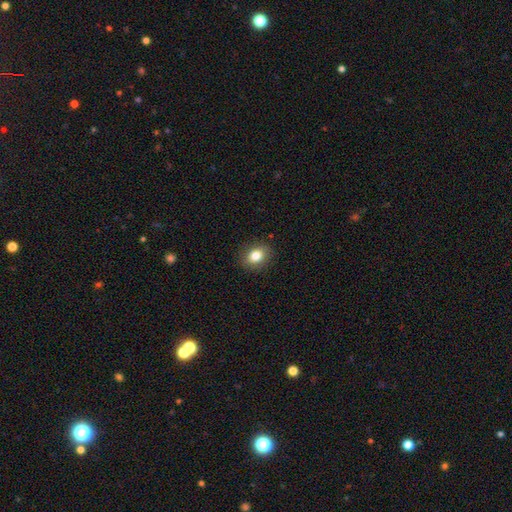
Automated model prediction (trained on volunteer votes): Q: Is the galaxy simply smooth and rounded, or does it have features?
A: smooth — 82%.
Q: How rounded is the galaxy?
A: in between — 58%.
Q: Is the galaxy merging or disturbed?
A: none — 88%.